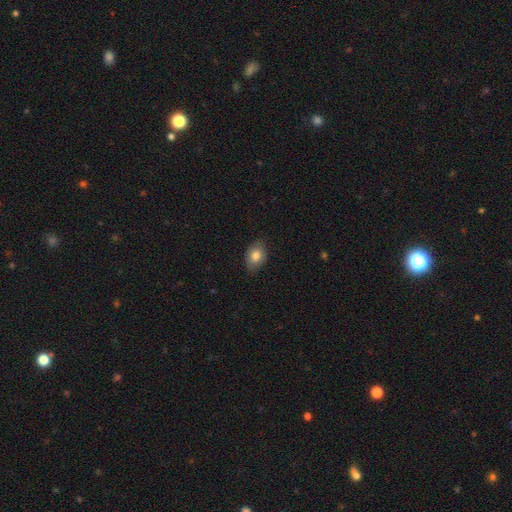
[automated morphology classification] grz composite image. It shows a smooth galaxy with no disk features (80%) that is in between round and cigar-shaped (79%). Merging: none (83%).